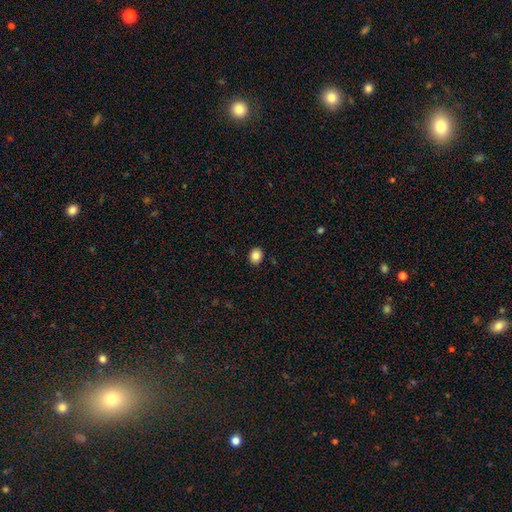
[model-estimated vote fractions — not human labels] Smooth or featured?
  - smooth: 86% *
  - star or artifact: 9%
  - featured or disk: 5%
How rounded?
  - round: 58% *
  - in between: 41%
  - cigar-shaped: 1%
Merging?
  - none: 90% *
  - minor disturbance: 7%
  - major disturbance: 2%
  - merger: 1%